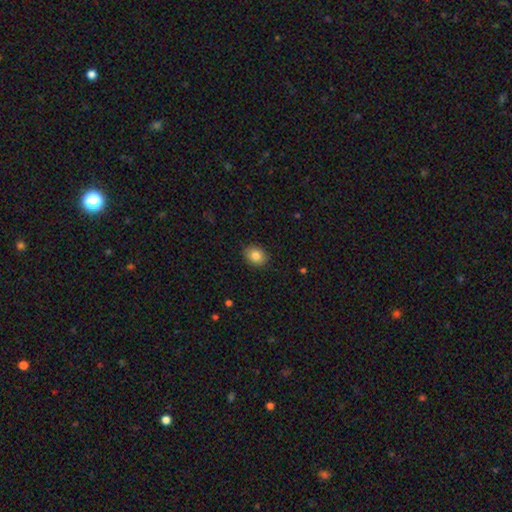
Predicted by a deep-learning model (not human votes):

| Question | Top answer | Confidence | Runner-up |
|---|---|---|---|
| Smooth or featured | smooth | 85% | star or artifact (9%) |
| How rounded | in between | 53% | round (46%) |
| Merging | none | 88% | minor disturbance (9%) |